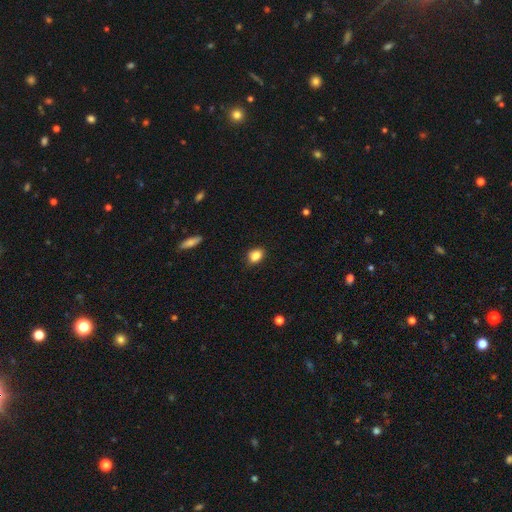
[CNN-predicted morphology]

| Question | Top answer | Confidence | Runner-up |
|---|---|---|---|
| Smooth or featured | smooth | 86% | star or artifact (9%) |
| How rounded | in between | 62% | round (36%) |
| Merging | none | 83% | minor disturbance (13%) |